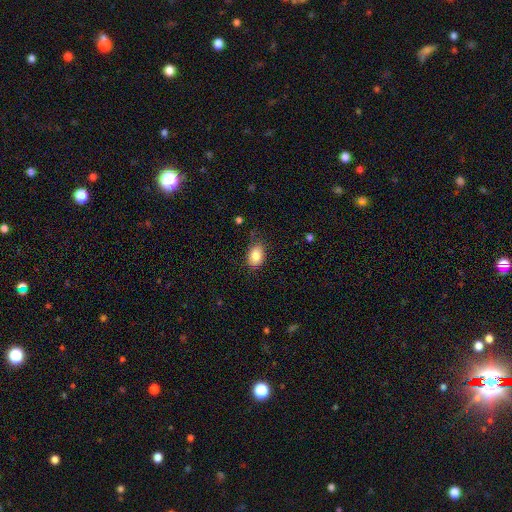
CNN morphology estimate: A smooth galaxy with no disk features (84%) that is in between round and cigar-shaped (79%). Merging: none (78%).